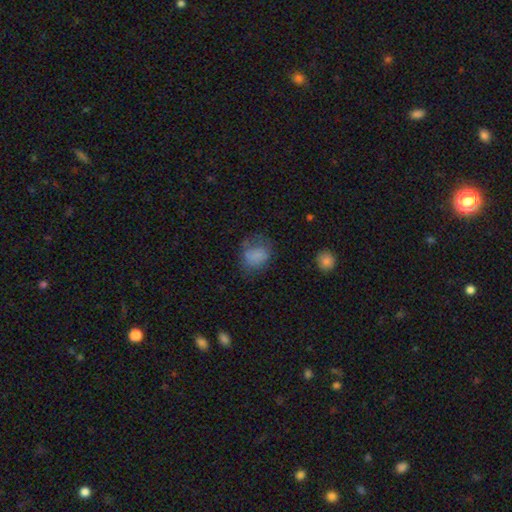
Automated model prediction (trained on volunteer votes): This appears to be a smooth galaxy with no disk features (76%) that is round (53%). Merging: none (52%).